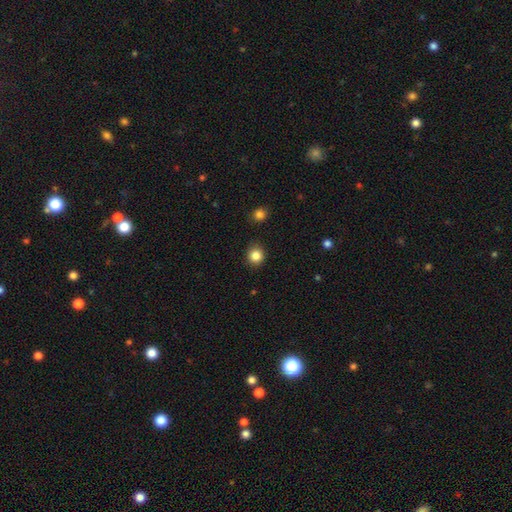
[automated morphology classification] type=smooth (84%); roundness=round (89%); merging=none (90%).